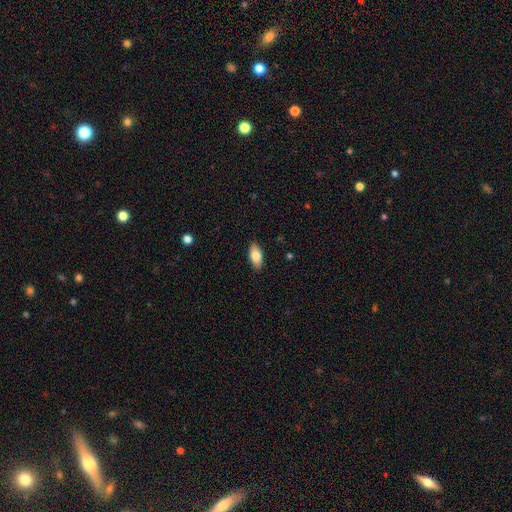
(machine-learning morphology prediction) Smooth or featured?
  - smooth: 79% *
  - featured or disk: 14%
  - star or artifact: 7%
How rounded?
  - in between: 90% *
  - cigar-shaped: 7%
  - round: 3%
Merging?
  - none: 88% *
  - minor disturbance: 9%
  - major disturbance: 2%
  - merger: 1%